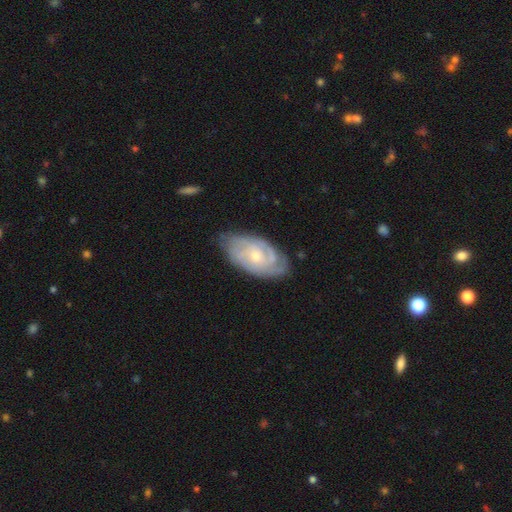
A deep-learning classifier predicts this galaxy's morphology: type=featured or disk (82%); edge-on=no (96%); bar=no (72%); spiral arms=yes (95%); winding=tight (68%); arm count=can't tell (31%); bulge=small (60%); merging=none (73%).